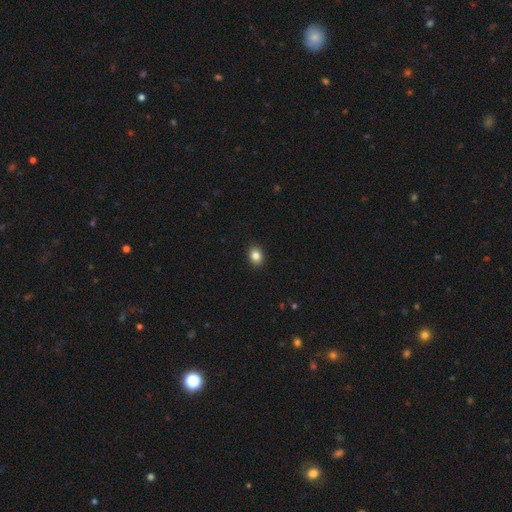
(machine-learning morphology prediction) The model was most divided on "how rounded": in between: 52%, round: 47%, cigar-shaped: 1%. More confident: merging — none (91%); smooth or featured — smooth (85%).